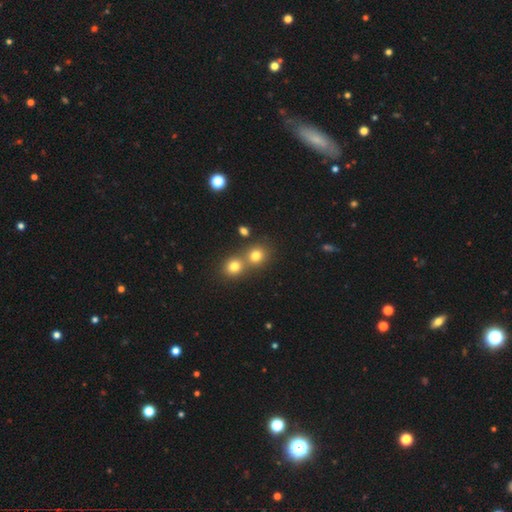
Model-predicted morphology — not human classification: Smooth or featured: smooth — 76% (star or artifact — 16%)
How rounded: round — 82% (in between — 17%)
Merging: none — 50% (merger — 41%)